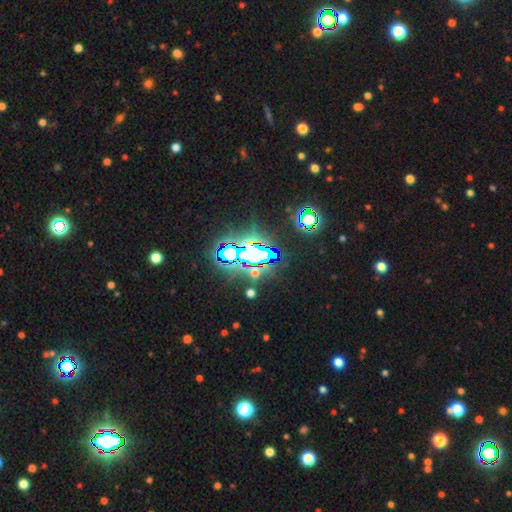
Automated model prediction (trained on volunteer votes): Smooth or featured: star or artifact — 74% (smooth — 14%)